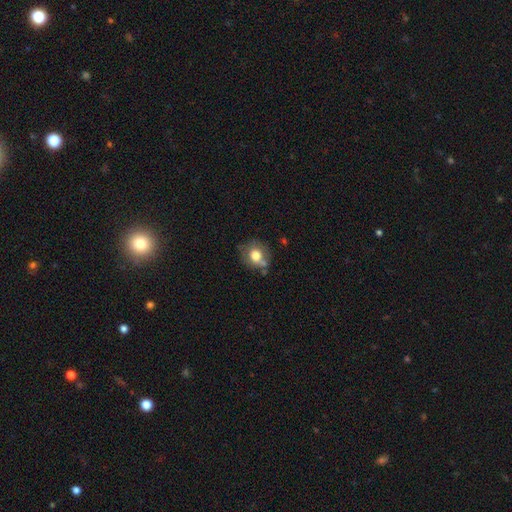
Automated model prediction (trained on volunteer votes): Smooth or featured?
  - smooth: 72% *
  - featured or disk: 18%
  - star or artifact: 10%
How rounded?
  - round: 76% *
  - in between: 23%
  - cigar-shaped: 1%
Merging?
  - none: 60% *
  - minor disturbance: 23%
  - merger: 10%
  - major disturbance: 7%